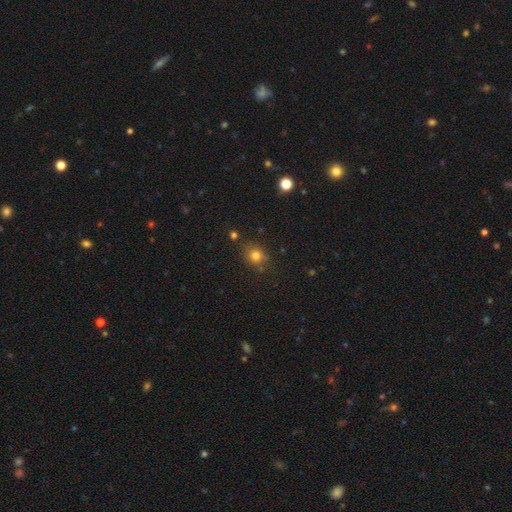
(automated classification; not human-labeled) Q: Smooth or featured?
A: smooth (77%); runner-up: star or artifact (15%)
Q: How rounded?
A: round (68%); runner-up: in between (31%)
Q: Merging?
A: none (74%); runner-up: minor disturbance (16%)